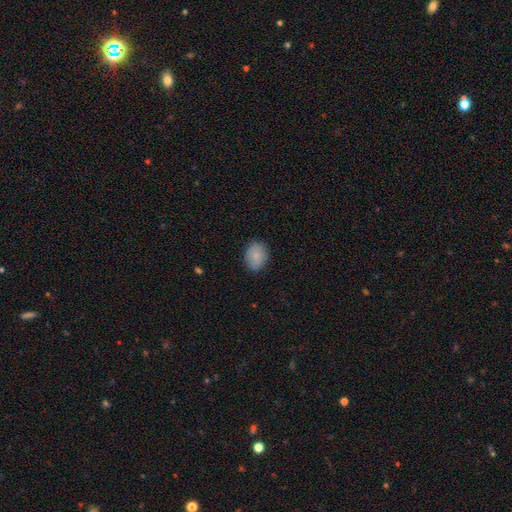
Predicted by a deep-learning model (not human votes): smooth-or-featured: smooth: 84% | featured or disk: 8% | star or artifact: 7%
  how-rounded: in between: 62% | round: 37% | cigar-shaped: 1%
  merging: none: 84% | minor disturbance: 12% | major disturbance: 3% | merger: 1%